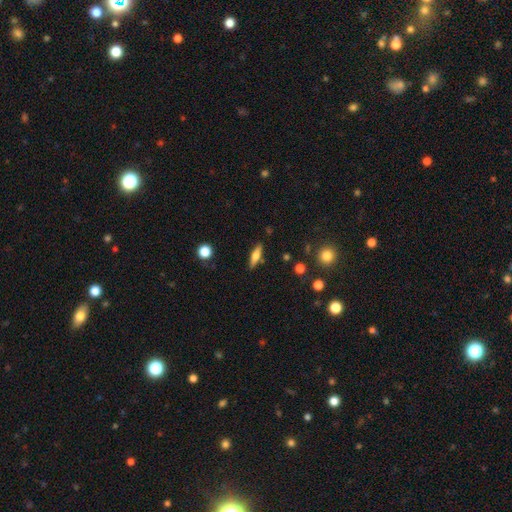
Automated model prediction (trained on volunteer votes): Smooth or featured? smooth (56%)
How rounded? cigar-shaped (56%)
Merging? none (86%)